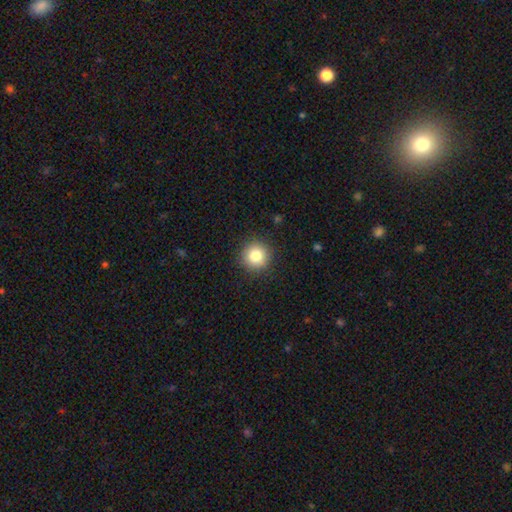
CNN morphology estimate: type=smooth (83%); roundness=round (95%); merging=none (91%).